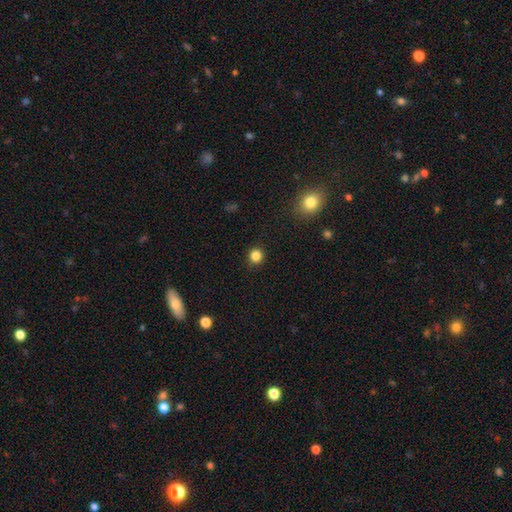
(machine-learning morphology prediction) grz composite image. It shows a smooth galaxy with no disk features (83%) that is round (88%). Merging: none (90%).